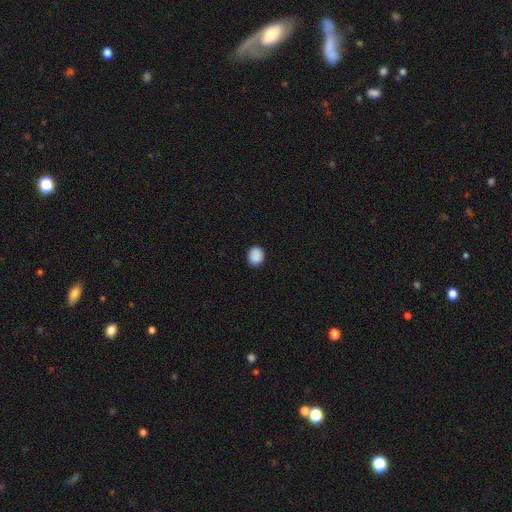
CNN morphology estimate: A smooth galaxy with no disk features (89%) that is round (64%). Merging: none (89%).